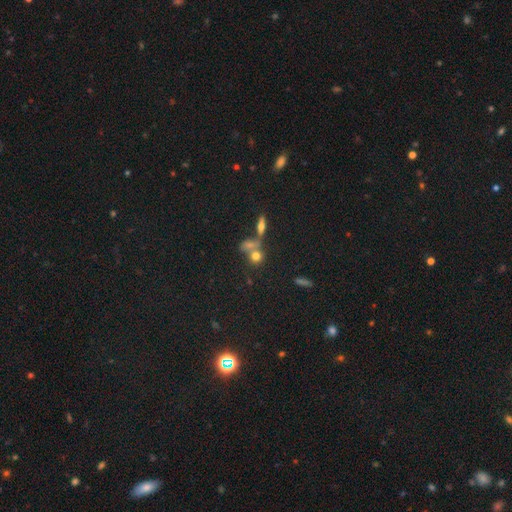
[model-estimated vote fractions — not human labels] Q: Smooth or featured?
A: smooth (68%); runner-up: featured or disk (16%)
Q: How rounded?
A: round (72%); runner-up: in between (23%)
Q: Merging?
A: none (47%); runner-up: merger (39%)